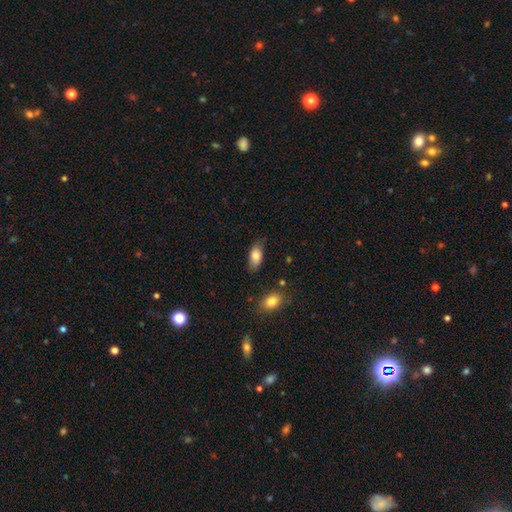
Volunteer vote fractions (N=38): smooth 74%, featured or disk 24%, star or artifact 3%. Down the decision tree: how rounded — in between (82%); merging — minor disturbance (54%).